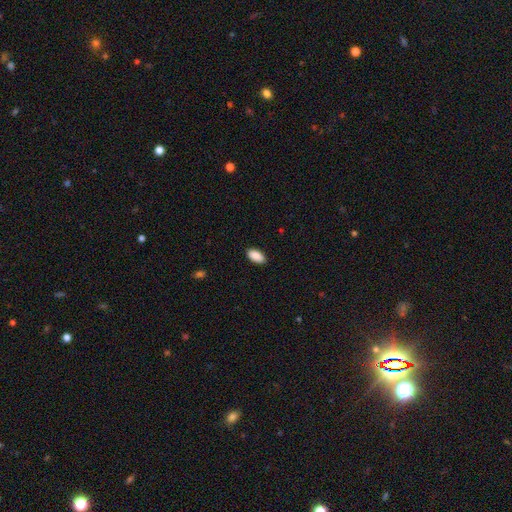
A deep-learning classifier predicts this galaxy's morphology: smooth-or-featured: smooth: 90% | star or artifact: 6% | featured or disk: 3%
  how-rounded: in between: 94% | cigar-shaped: 3% | round: 2%
  merging: none: 89% | minor disturbance: 8% | major disturbance: 2% | merger: 1%